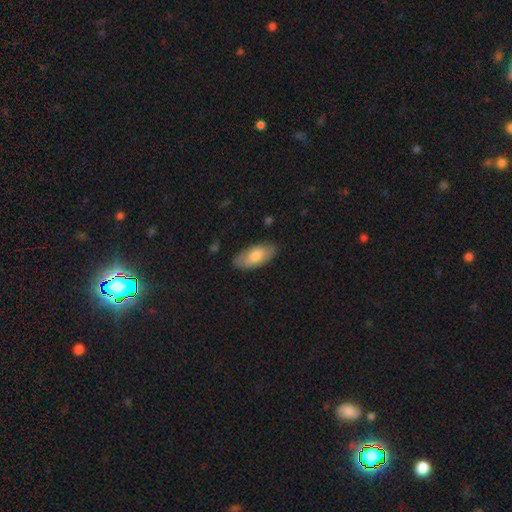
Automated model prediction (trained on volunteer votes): Smooth or featured?
  - smooth: 74% *
  - featured or disk: 20%
  - star or artifact: 6%
How rounded?
  - in between: 91% *
  - cigar-shaped: 7%
  - round: 2%
Merging?
  - none: 81% *
  - minor disturbance: 14%
  - major disturbance: 3%
  - merger: 1%